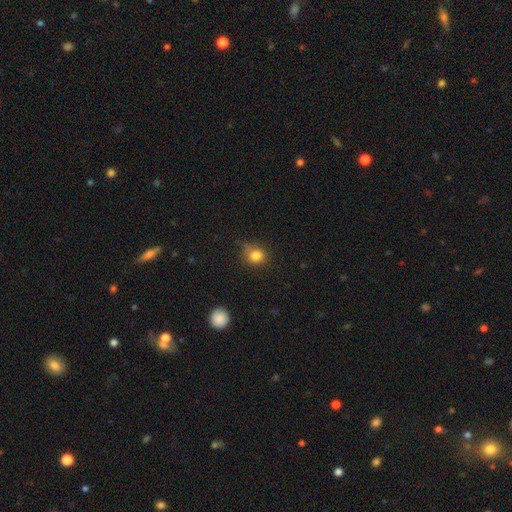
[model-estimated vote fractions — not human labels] A smooth galaxy with no disk features (82%) that is round (81%).

Vote fractions:
- Smooth or featured? smooth: 82% / star or artifact: 12% / featured or disk: 6%
- How rounded? round: 81% / in between: 18% / cigar-shaped: 1%
- Merging? none: 71% / minor disturbance: 21% / major disturbance: 5% / merger: 3%